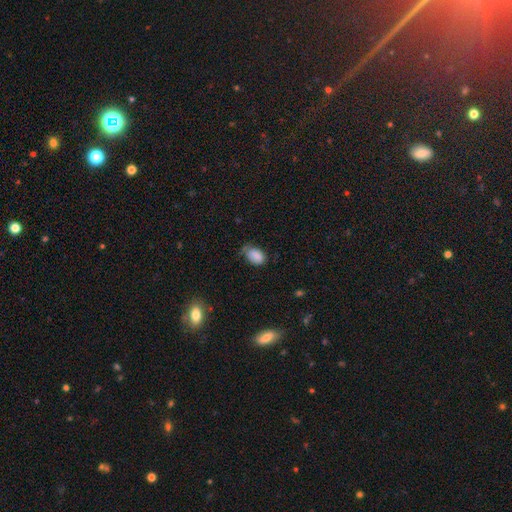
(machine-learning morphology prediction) This appears to be a smooth galaxy with no disk features (85%) that is in between round and cigar-shaped (85%). Merging: none (51%).